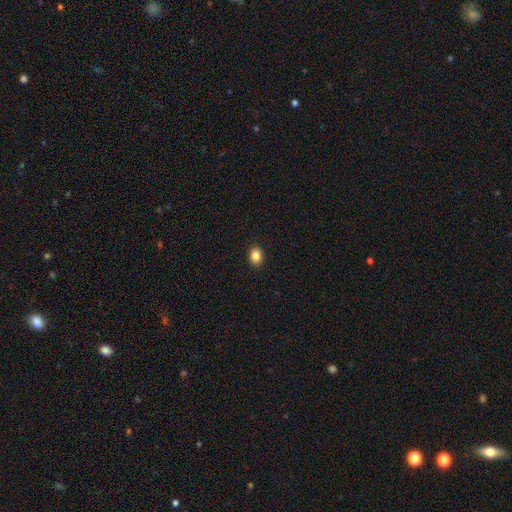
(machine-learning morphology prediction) smooth-or-featured: smooth: 86% | star or artifact: 10% | featured or disk: 5%
  how-rounded: in between: 58% | round: 42% | cigar-shaped: 1%
  merging: none: 91% | minor disturbance: 6% | major disturbance: 2% | merger: 1%